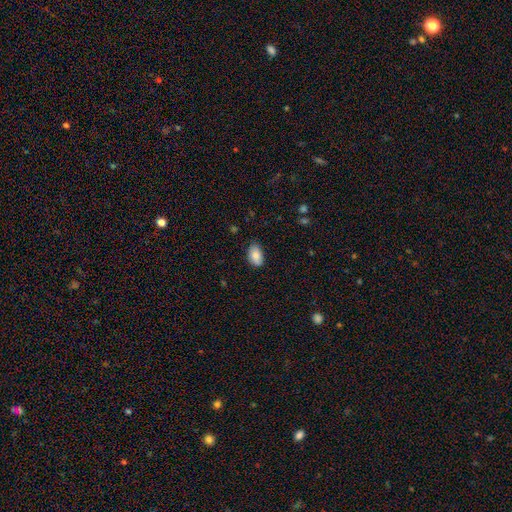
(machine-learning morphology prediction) Smooth or featured? smooth (84%)
How rounded? in between (90%)
Merging? none (76%)